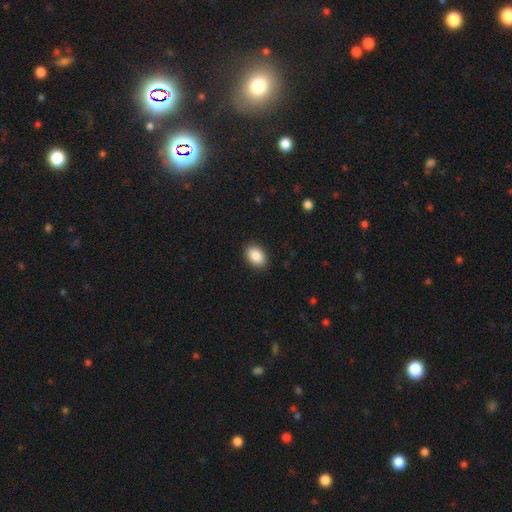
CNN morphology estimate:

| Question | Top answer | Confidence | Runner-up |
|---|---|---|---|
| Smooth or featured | smooth | 90% | star or artifact (7%) |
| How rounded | in between | 86% | round (13%) |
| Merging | none | 89% | minor disturbance (8%) |